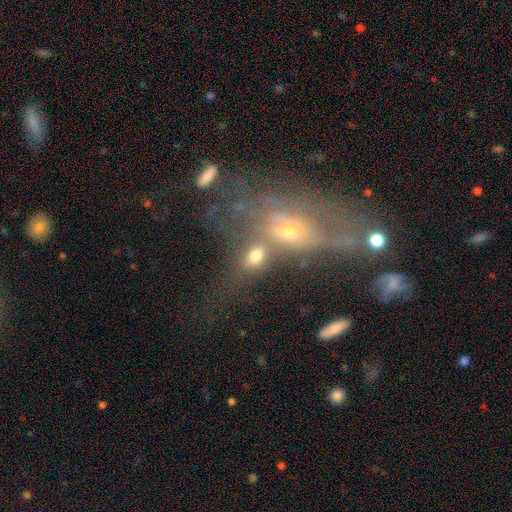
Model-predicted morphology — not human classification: Smooth or featured?
  - smooth: 64% *
  - featured or disk: 20%
  - star or artifact: 16%
How rounded?
  - in between: 71% *
  - round: 26%
  - cigar-shaped: 3%
Merging?
  - none: 46% *
  - merger: 33%
  - minor disturbance: 13%
  - major disturbance: 8%